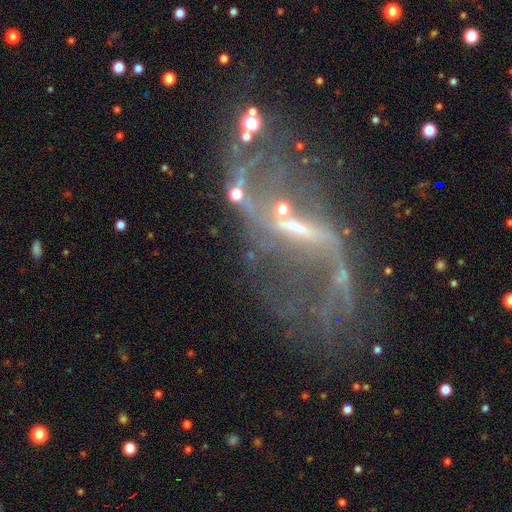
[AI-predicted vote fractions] smooth_or_featured: featured or disk (p=0.82) [alt: star or artifact p=0.12]
disk_edge_on: no (p=0.93) [alt: yes p=0.07]
bar: strong (p=0.46) [alt: weak p=0.36]
has_spiral_arms: yes (p=0.78) [alt: no p=0.22]
spiral_winding: loose (p=0.86) [alt: medium p=0.10]
spiral_arm_count: 2 (p=0.77) [alt: 1 p=0.08]
bulge_size: small (p=0.45) [alt: none p=0.31]
merging: none (p=0.36) [alt: major disturbance p=0.34]